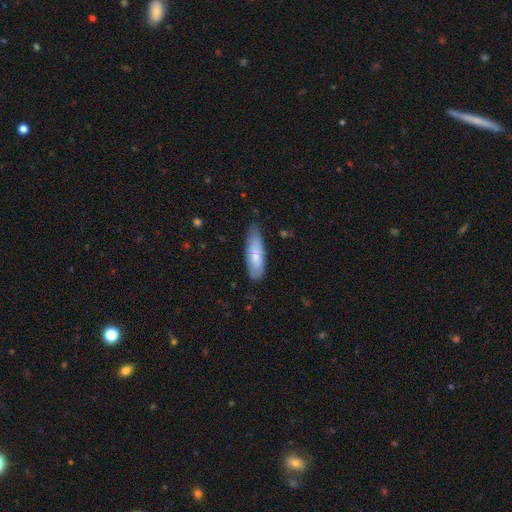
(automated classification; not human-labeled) Q: Smooth or featured?
A: smooth (71%); runner-up: featured or disk (23%)
Q: How rounded?
A: in between (50%); runner-up: cigar-shaped (48%)
Q: Merging?
A: none (70%); runner-up: minor disturbance (25%)